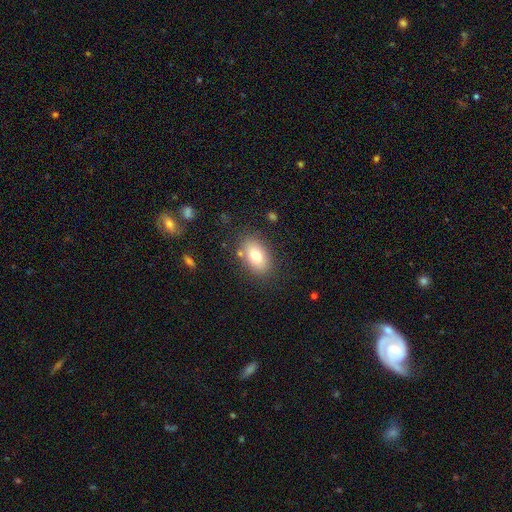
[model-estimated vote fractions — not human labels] Smooth or featured? Predicted: smooth (p=0.75). How rounded? Predicted: in between (p=0.86). Merging? Predicted: none (p=0.81).